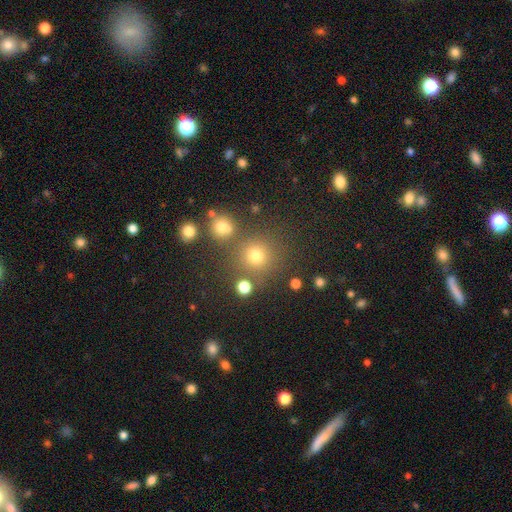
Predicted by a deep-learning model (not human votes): smooth-or-featured: smooth: 73% | star or artifact: 20% | featured or disk: 7%
  how-rounded: round: 92% | in between: 7% | cigar-shaped: 1%
  merging: none: 78% | merger: 10% | minor disturbance: 8% | major disturbance: 4%